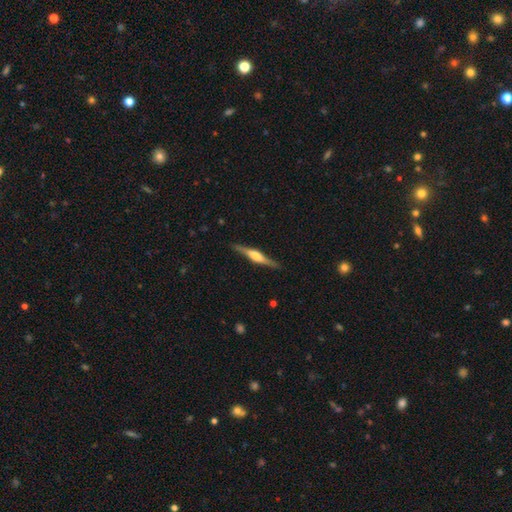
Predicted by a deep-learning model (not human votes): A featured or disk galaxy (74%) viewed edge-on (98%) with a rounded central bulge (73%).

Vote fractions:
- Smooth or featured? featured or disk: 74% / smooth: 21% / star or artifact: 5%
- Edge-on disk? yes: 98% / no: 2%
- Edge-on bulge? rounded: 73% / boxy: 22% / none: 5%
- Merging? none: 89% / minor disturbance: 9% / major disturbance: 2% / merger: 1%